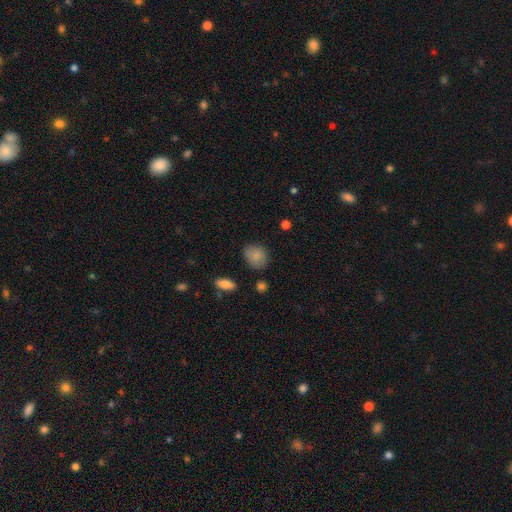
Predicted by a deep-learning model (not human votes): This appears to be a smooth galaxy with no disk features (82%) that is round (62%). Merging: none (76%).